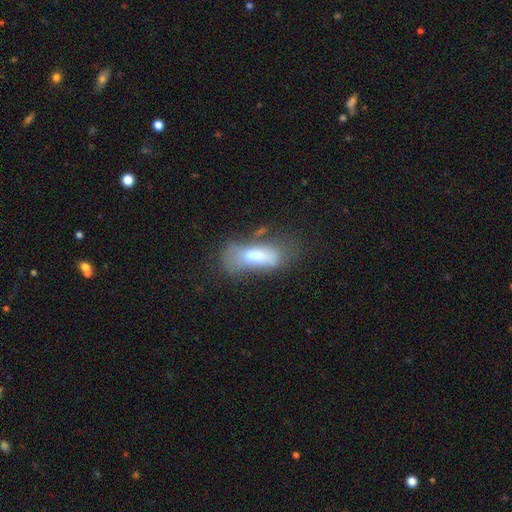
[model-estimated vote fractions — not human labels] Smooth or featured?
  - smooth: 58% *
  - featured or disk: 31%
  - star or artifact: 10%
How rounded?
  - in between: 73% *
  - cigar-shaped: 24%
  - round: 3%
Merging?
  - none: 33% * (tied)
  - major disturbance: 33% * (tied)
  - minor disturbance: 25%
  - merger: 10%